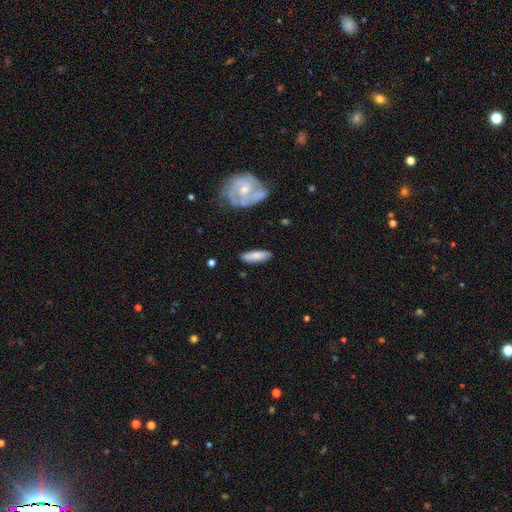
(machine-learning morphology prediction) The model was most divided on "how rounded": cigar-shaped: 51%, in between: 47%, round: 2%. More confident: merging — none (83%); smooth or featured — smooth (77%).